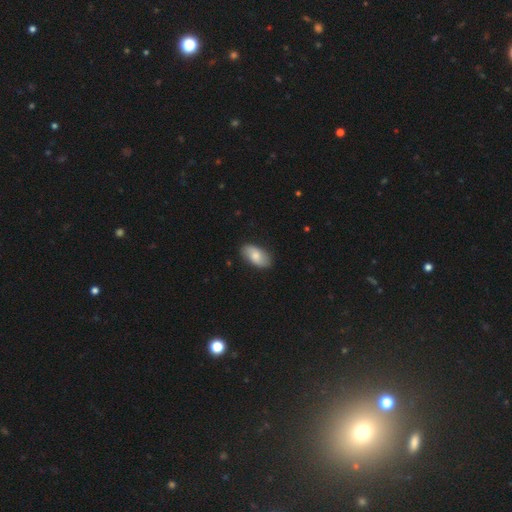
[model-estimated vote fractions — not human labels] Morphology: type=smooth (68%); roundness=in between (93%); merging=none (85%).